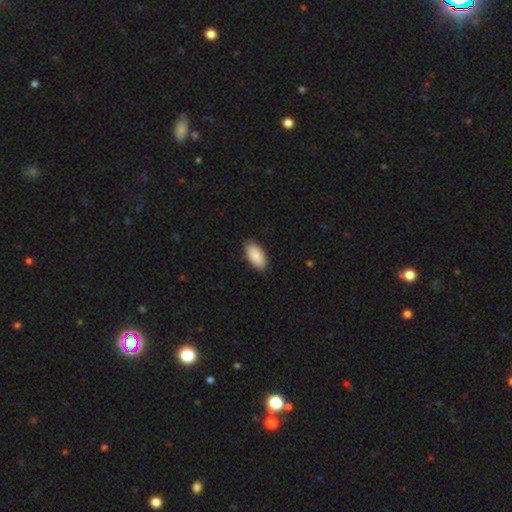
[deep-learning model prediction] This is clearly a smooth galaxy (91%). How rounded: clearly in between (94%). Merging: clearly none (88%).